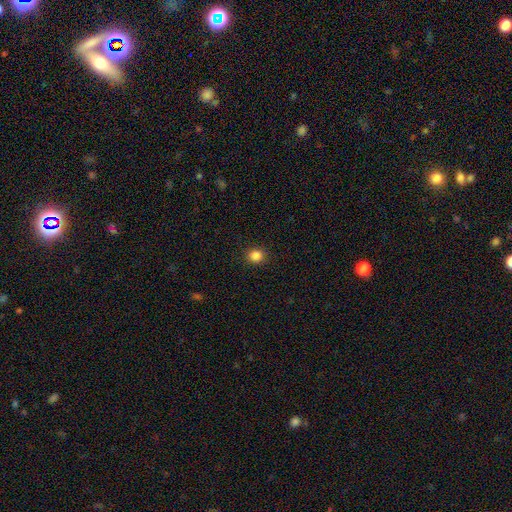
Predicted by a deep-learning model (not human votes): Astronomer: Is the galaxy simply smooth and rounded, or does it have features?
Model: smooth — 85%.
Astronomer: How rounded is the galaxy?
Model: round — 89%.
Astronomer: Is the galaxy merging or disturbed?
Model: none — 92%.